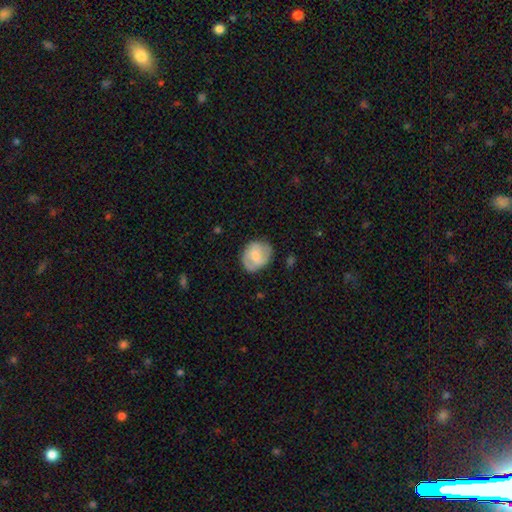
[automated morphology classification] smooth_or_featured: featured or disk (p=0.48) [alt: smooth p=0.46]
merging: none (p=0.75) [alt: minor disturbance p=0.18]